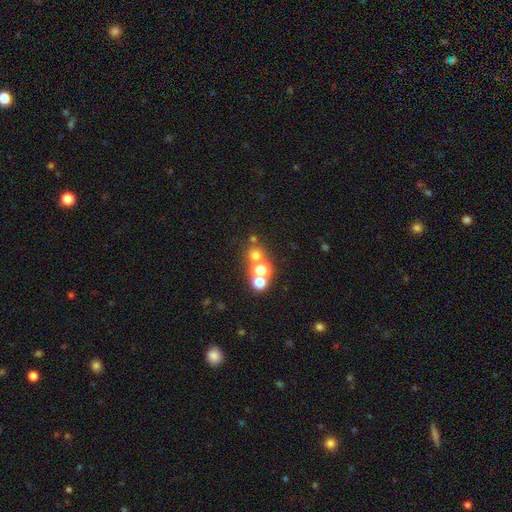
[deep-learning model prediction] smooth-or-featured: smooth: 59% | star or artifact: 30% | featured or disk: 11%
  how-rounded: round: 90% | in between: 9% | cigar-shaped: 1%
  merging: none: 61% | merger: 28% | minor disturbance: 6% | major disturbance: 4%